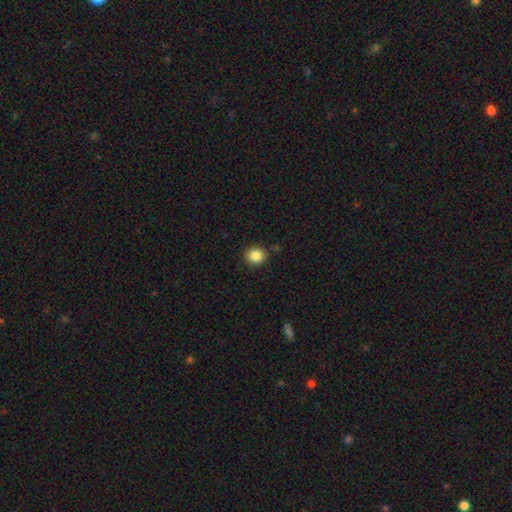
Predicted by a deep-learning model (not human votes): Smooth or featured? smooth (86%)
How rounded? round (83%)
Merging? none (87%)